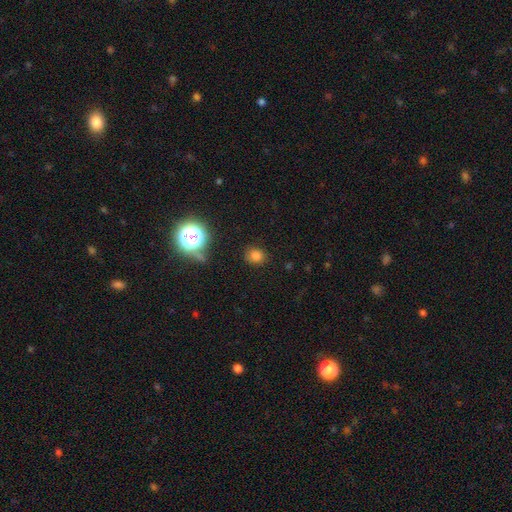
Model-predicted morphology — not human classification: A smooth galaxy with no disk features (77%) that is round (75%).

Vote fractions:
- Smooth or featured? smooth: 77% / star or artifact: 17% / featured or disk: 6%
- How rounded? round: 75% / in between: 24% / cigar-shaped: 1%
- Merging? none: 85% / minor disturbance: 10% / major disturbance: 3% / merger: 2%